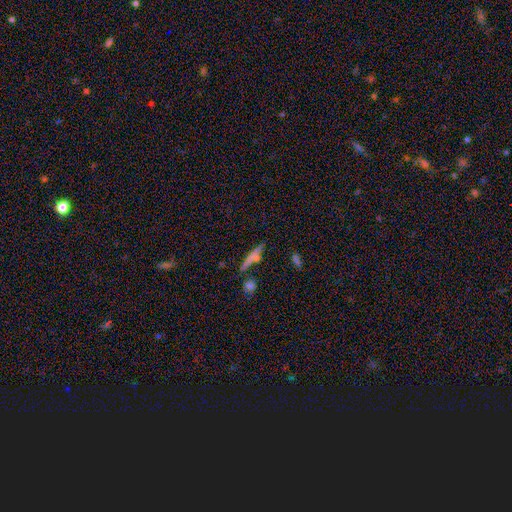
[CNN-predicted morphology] This appears to be a smooth galaxy with no disk features (51%) that is cigar-shaped (87%). Merging: none (72%).